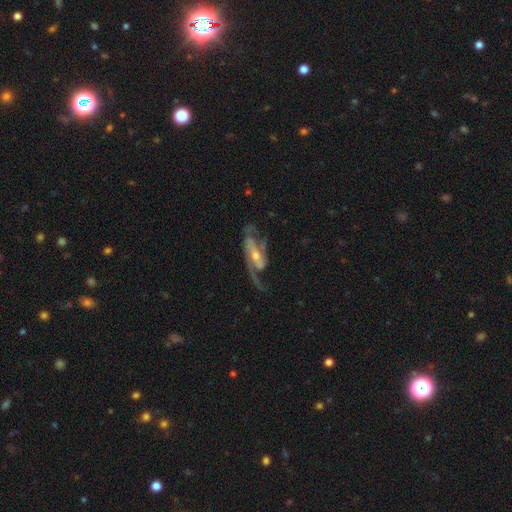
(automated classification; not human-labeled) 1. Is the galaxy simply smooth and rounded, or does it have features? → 85% featured or disk, 9% smooth, 6% star or artifact.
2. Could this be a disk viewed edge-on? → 89% no, 11% yes.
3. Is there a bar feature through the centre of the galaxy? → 36% weak, 34% no, 30% strong.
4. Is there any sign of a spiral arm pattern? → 93% yes, 7% no.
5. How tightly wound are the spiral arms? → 43% loose, 41% medium, 16% tight.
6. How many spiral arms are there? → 74% 2, 10% 1, 8% can't tell, 5% 3, 2% 4, 2% more than 4.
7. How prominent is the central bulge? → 50% moderate, 43% small, 4% large, 2% none, 1% dominant.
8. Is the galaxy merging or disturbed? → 53% none, 25% major disturbance, 19% minor disturbance, 3% merger.